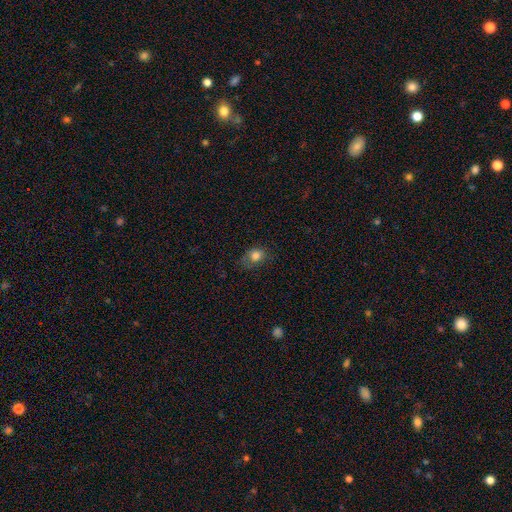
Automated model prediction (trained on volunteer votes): smooth-or-featured: smooth: 80% | star or artifact: 11% | featured or disk: 9%
  how-rounded: in between: 56% | round: 42% | cigar-shaped: 1%
  merging: none: 58% | minor disturbance: 28% | major disturbance: 12% | merger: 2%